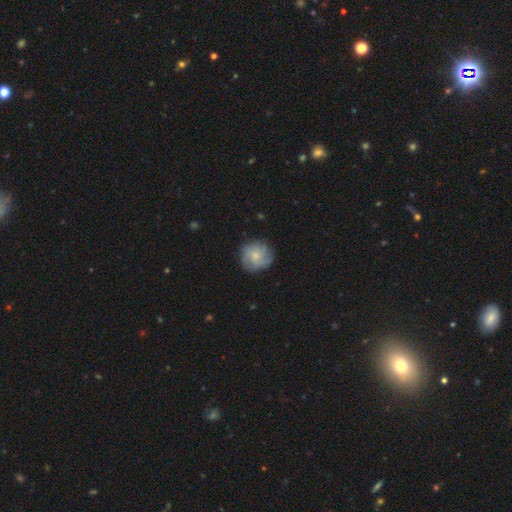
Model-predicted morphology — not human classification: smooth_or_featured: smooth (p=0.50) [alt: featured or disk p=0.42]
how_rounded: round (p=0.91) [alt: in between p=0.08]
merging: none (p=0.81) [alt: minor disturbance p=0.14]